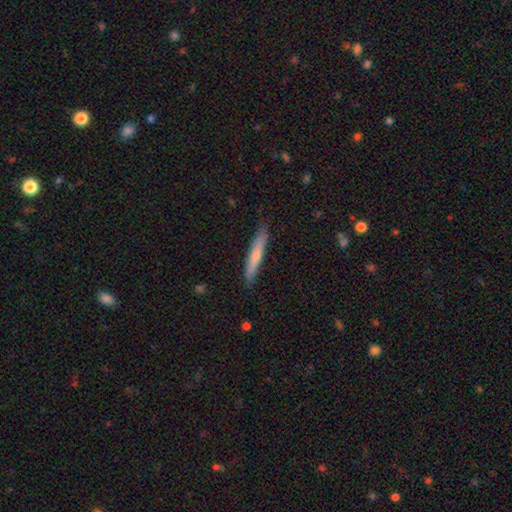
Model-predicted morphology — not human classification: This appears to be a smooth galaxy with no disk features (67%) that is cigar-shaped (94%). Merging: none (84%).